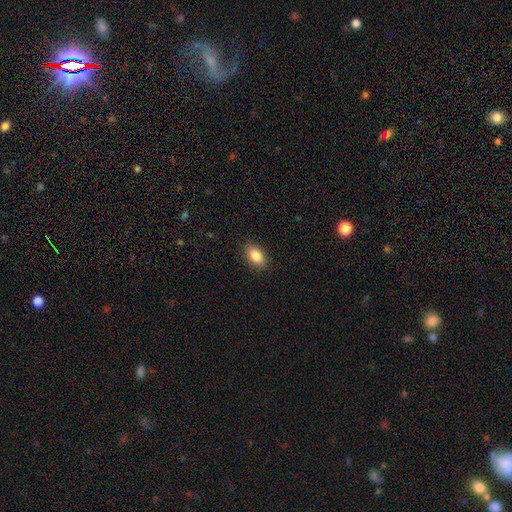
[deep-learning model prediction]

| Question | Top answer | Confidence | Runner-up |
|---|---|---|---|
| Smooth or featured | smooth | 86% | star or artifact (8%) |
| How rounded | in between | 90% | round (8%) |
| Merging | none | 87% | minor disturbance (9%) |